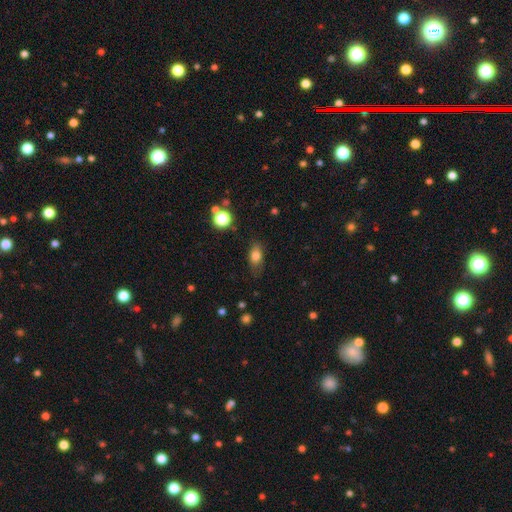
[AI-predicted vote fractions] smooth-or-featured: smooth: 77% | featured or disk: 12% | star or artifact: 11%
  how-rounded: in between: 81% | round: 13% | cigar-shaped: 6%
  merging: none: 77% | minor disturbance: 17% | major disturbance: 5% | merger: 2%